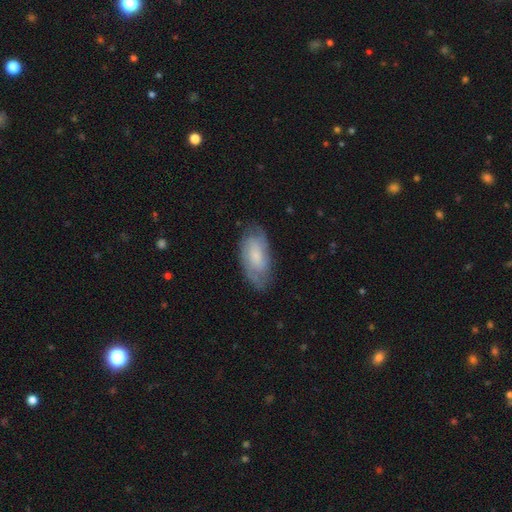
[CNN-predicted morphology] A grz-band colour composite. It shows a featured or disk galaxy (50%). Merging: none (71%).